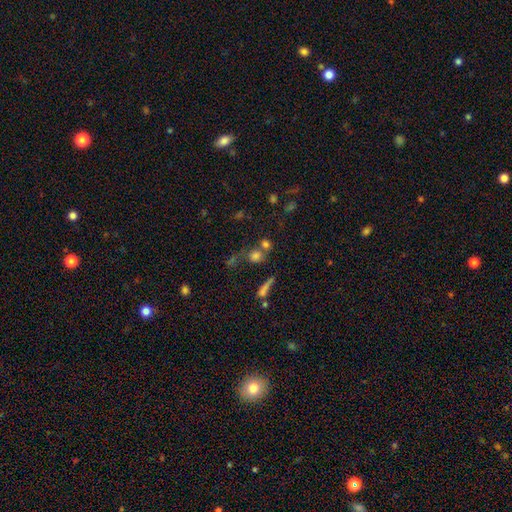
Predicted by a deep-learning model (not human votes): This appears to be a smooth galaxy with no disk features (72%) that is round (81%). Merging: none (49%).